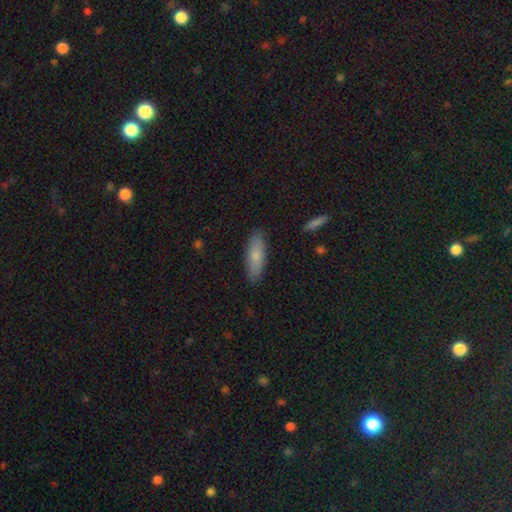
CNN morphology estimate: Smooth or featured?
  - smooth: 77% *
  - featured or disk: 17%
  - star or artifact: 6%
How rounded?
  - in between: 57% *
  - cigar-shaped: 41%
  - round: 2%
Merging?
  - none: 87% *
  - minor disturbance: 10%
  - major disturbance: 2%
  - merger: 1%